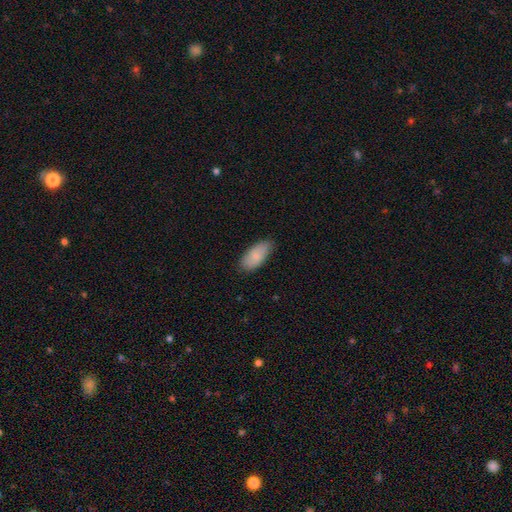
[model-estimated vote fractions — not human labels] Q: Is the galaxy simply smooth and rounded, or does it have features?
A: smooth — 86%.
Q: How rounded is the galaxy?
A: in between — 89%.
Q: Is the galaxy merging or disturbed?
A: none — 82%.